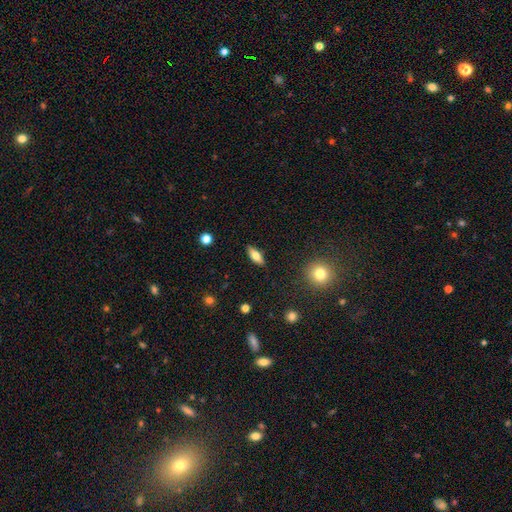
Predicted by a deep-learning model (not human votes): The model was most divided on "smooth or featured": smooth: 63%, featured or disk: 29%, star or artifact: 7%. More confident: merging — none (88%); how rounded — in between (70%).